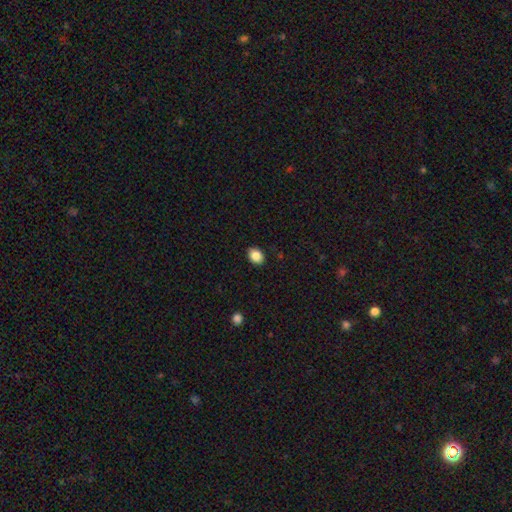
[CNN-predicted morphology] The model was most divided on "how rounded": in between: 63%, round: 36%, cigar-shaped: 1%. More confident: merging — none (90%); smooth or featured — smooth (86%).